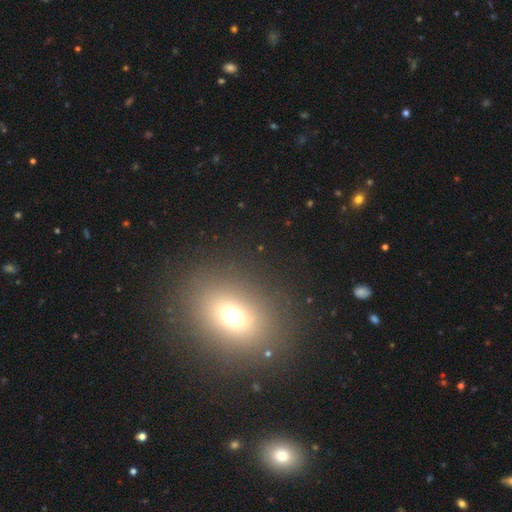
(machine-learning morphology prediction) A smooth galaxy with no disk features (61%) that is in between round and cigar-shaped (60%).

Vote fractions:
- Smooth or featured? smooth: 61% / star or artifact: 27% / featured or disk: 13%
- How rounded? in between: 60% / round: 37% / cigar-shaped: 3%
- Merging? none: 88% / minor disturbance: 7% / major disturbance: 3% / merger: 2%